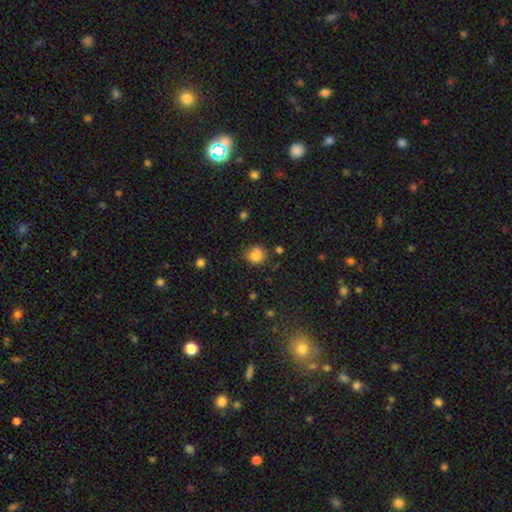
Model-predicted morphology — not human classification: Smooth or featured? smooth (83%)
How rounded? round (76%)
Merging? none (67%)